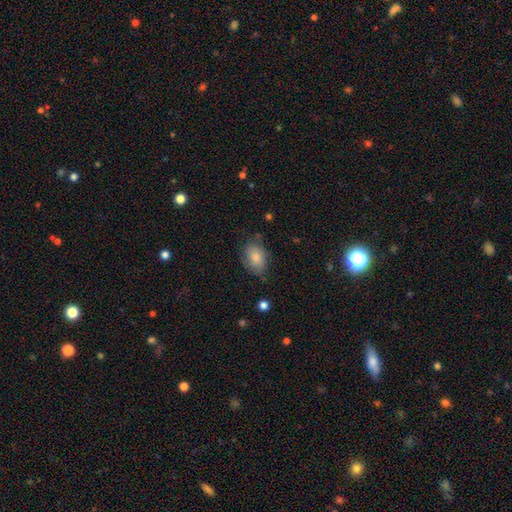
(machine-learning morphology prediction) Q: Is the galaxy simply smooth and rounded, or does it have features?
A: smooth — 78%.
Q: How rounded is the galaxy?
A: in between — 79%.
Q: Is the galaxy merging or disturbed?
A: none — 69%.